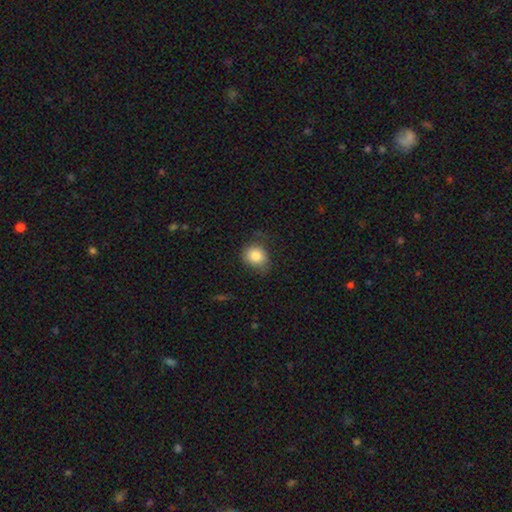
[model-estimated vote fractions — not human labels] smooth-or-featured: smooth: 83% | star or artifact: 9% | featured or disk: 8%
  how-rounded: round: 65% | in between: 34% | cigar-shaped: 1%
  merging: none: 63% | minor disturbance: 26% | major disturbance: 10% | merger: 1%